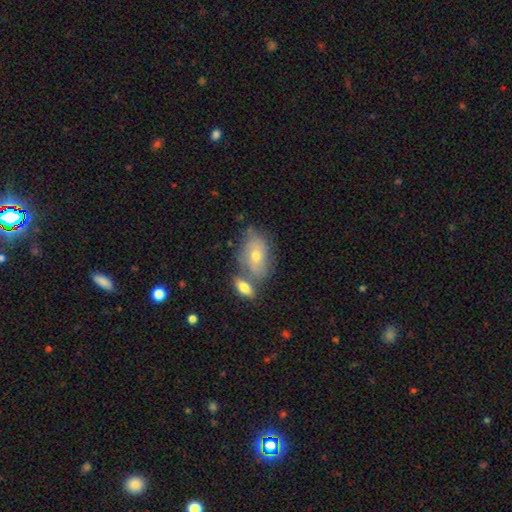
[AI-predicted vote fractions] This appears to be a smooth galaxy with no disk features (56%) that is in between round and cigar-shaped (84%). Merging: none (50%).